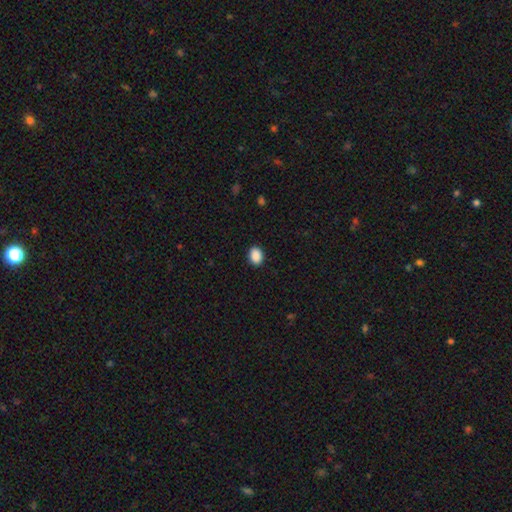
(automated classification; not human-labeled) Smooth or featured?
  - smooth: 90% *
  - star or artifact: 8%
  - featured or disk: 2%
How rounded?
  - in between: 68% *
  - round: 31%
  - cigar-shaped: 1%
Merging?
  - none: 90% *
  - minor disturbance: 7%
  - major disturbance: 2%
  - merger: 1%